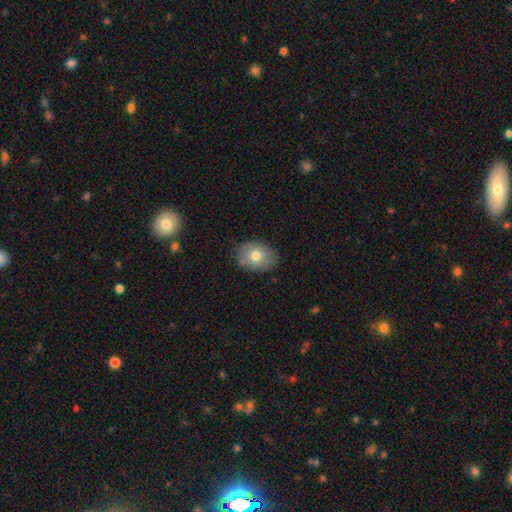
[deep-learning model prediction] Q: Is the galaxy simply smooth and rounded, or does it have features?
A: smooth — 76%.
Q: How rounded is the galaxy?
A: in between — 67%.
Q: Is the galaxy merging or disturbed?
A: none — 82%.